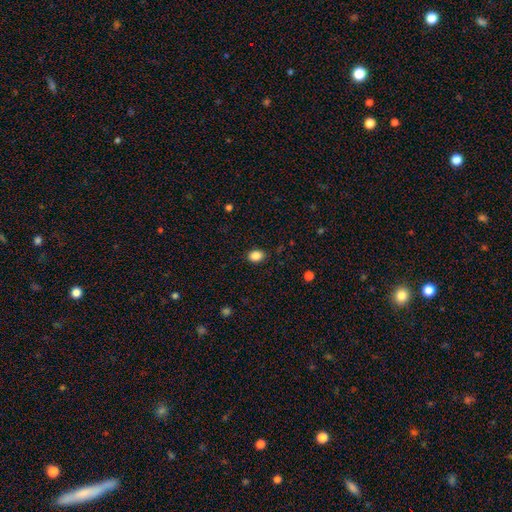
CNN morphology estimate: type=smooth (86%); roundness=in between (63%); merging=none (87%).